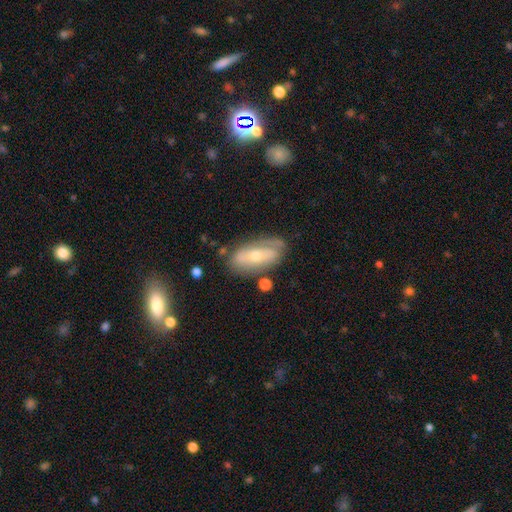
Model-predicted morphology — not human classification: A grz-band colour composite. It shows a featured or disk galaxy (56%). Merging: none (65%).